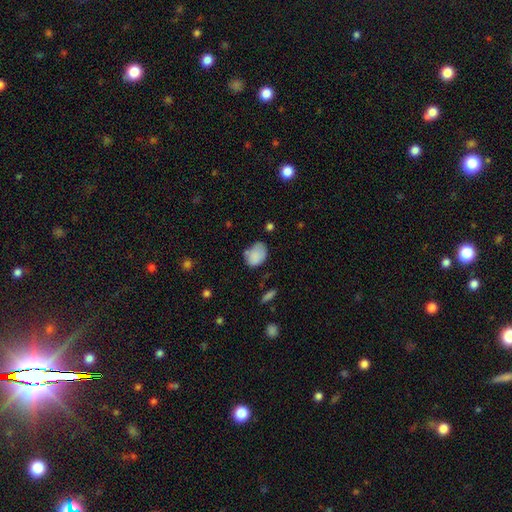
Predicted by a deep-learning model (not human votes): This is clearly a smooth galaxy (83%). How rounded: likely in between (76%). Merging: possibly none (56%).